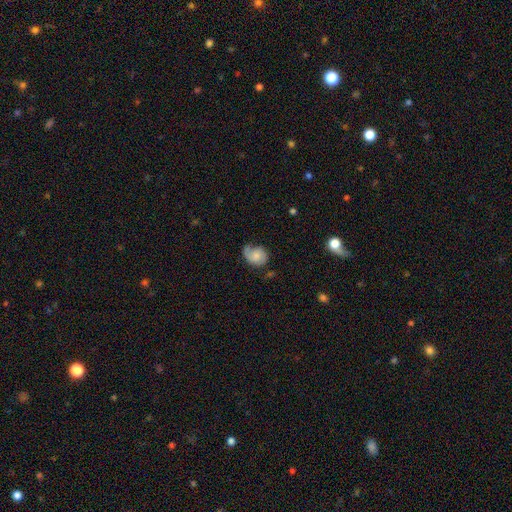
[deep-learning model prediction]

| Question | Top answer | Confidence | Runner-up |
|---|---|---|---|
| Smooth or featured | featured or disk | 54% | smooth (38%) |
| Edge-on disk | no | 97% | yes (3%) |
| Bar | no | 69% | weak (27%) |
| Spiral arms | yes | 90% | no (10%) |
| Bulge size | small | 36% | moderate (35%) |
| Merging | none | 49% | minor disturbance (31%) |